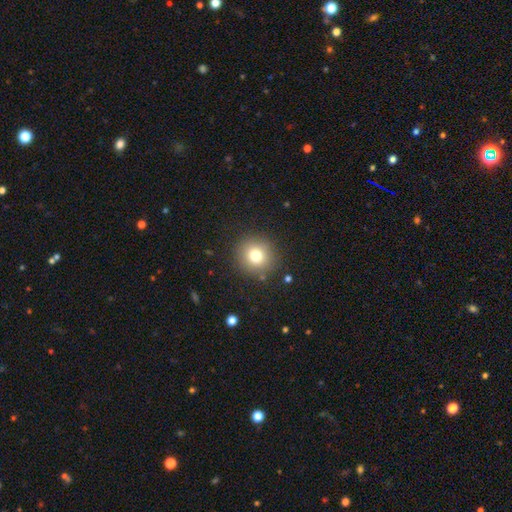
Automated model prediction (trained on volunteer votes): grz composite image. It shows a smooth galaxy with no disk features (78%) that is round (93%). Merging: none (89%).